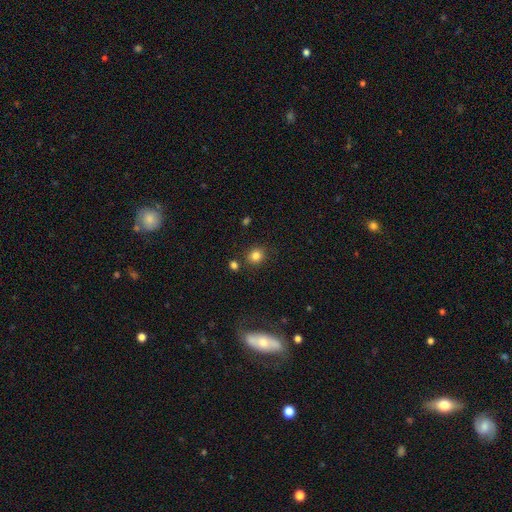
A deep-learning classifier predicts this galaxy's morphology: The model was most divided on "how rounded": round: 81%, in between: 18%, cigar-shaped: 1%. More confident: smooth or featured — smooth (82%); merging — none (81%).